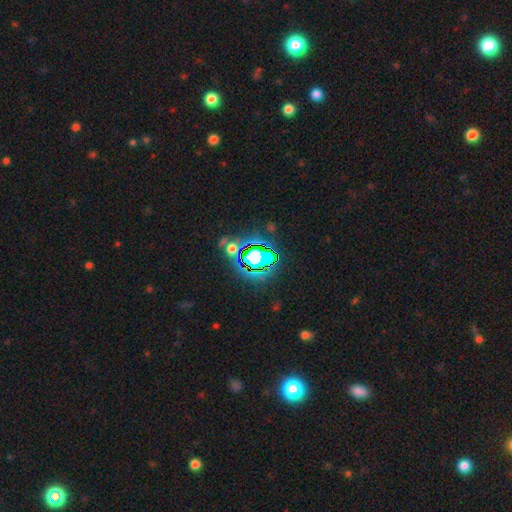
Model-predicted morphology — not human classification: The model was most divided on "smooth or featured": star or artifact: 73%, smooth: 15%, featured or disk: 11%.